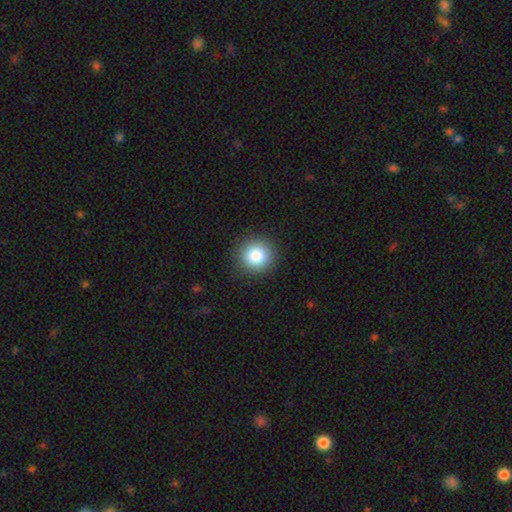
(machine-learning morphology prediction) Smooth or featured?
  - smooth: 85% *
  - star or artifact: 10%
  - featured or disk: 5%
How rounded?
  - round: 93% *
  - in between: 6%
  - cigar-shaped: 1%
Merging?
  - none: 91% *
  - minor disturbance: 6%
  - major disturbance: 2%
  - merger: 1%